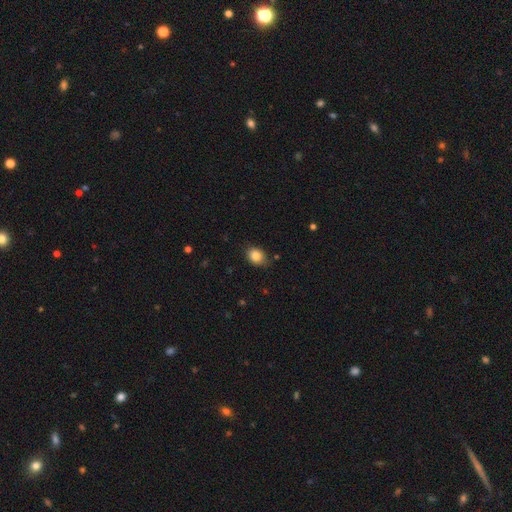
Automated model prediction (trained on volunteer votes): smooth 85%, star or artifact 9%, featured or disk 6%. Down the decision tree: how rounded — in between (59%); merging — none (81%).